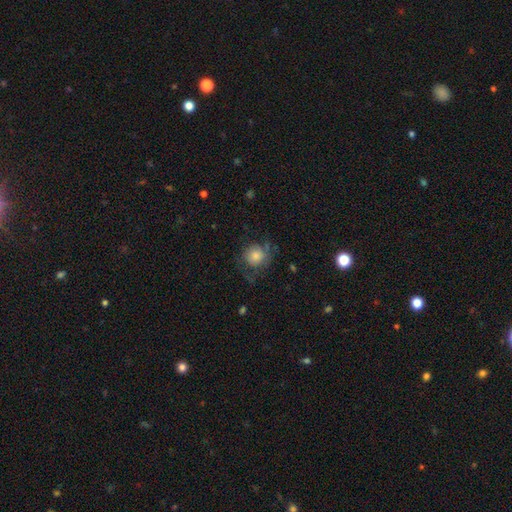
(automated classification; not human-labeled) Overall: smooth (54%; featured or disk 35%). How rounded: round (85%). Merging: none (61%).